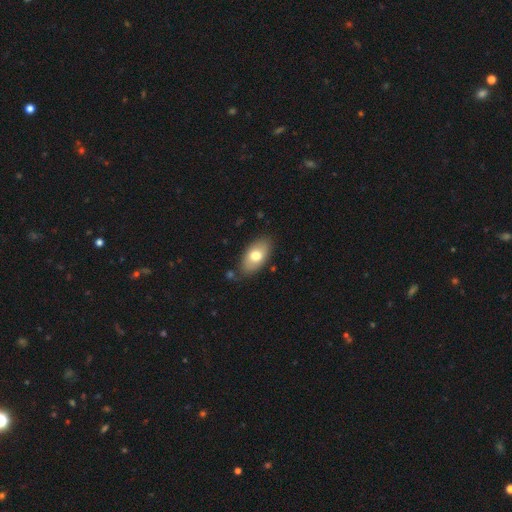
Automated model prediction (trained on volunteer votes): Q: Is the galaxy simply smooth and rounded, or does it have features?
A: smooth — 73%.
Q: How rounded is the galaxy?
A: in between — 93%.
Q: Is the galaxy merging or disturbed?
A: none — 79%.